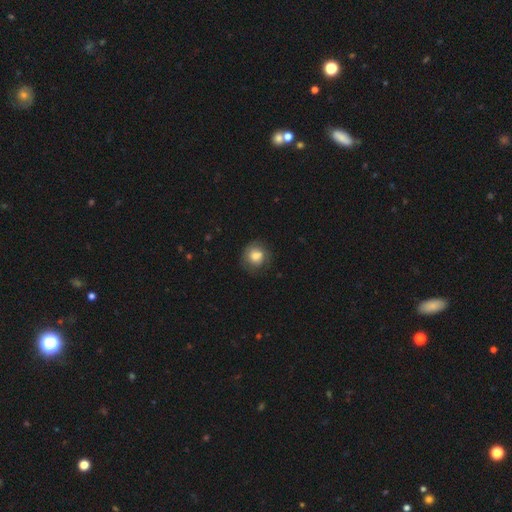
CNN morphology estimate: Smooth or featured: smooth — 72% (featured or disk — 18%)
How rounded: round — 83% (in between — 17%)
Merging: none — 67% (minor disturbance — 21%)